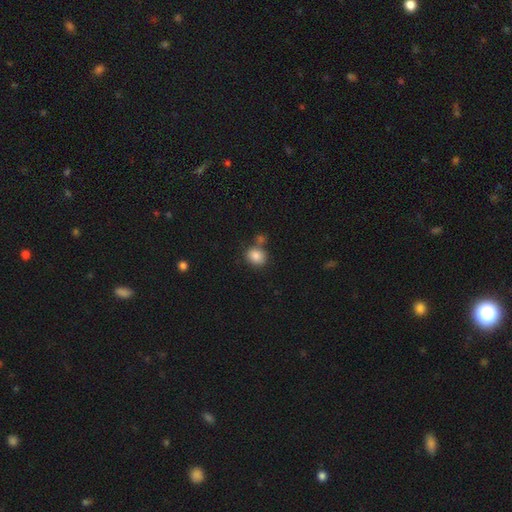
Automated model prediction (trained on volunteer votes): Smooth or featured? smooth (85%)
How rounded? round (63%)
Merging? none (64%)